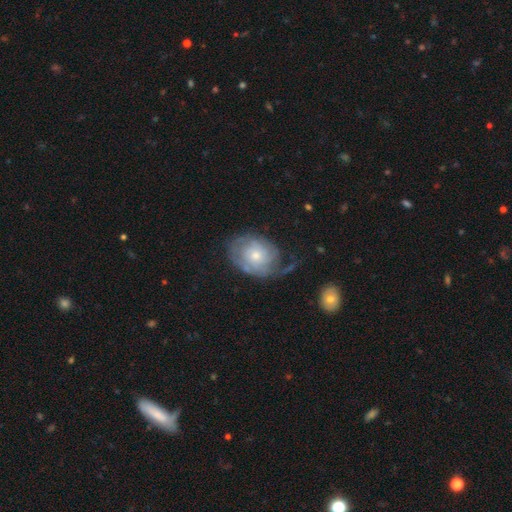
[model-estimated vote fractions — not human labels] Smooth or featured? Predicted: featured or disk (p=0.69). Edge-on disk? Predicted: no (p=0.97). Bar? Predicted: no (p=0.81). Spiral arms? Predicted: yes (p=0.83). Spiral winding? Predicted: tight (p=0.58). Spiral arm count? Predicted: can't tell (p=0.46). Bulge size? Predicted: small (p=0.54). Merging? Predicted: none (p=0.50).